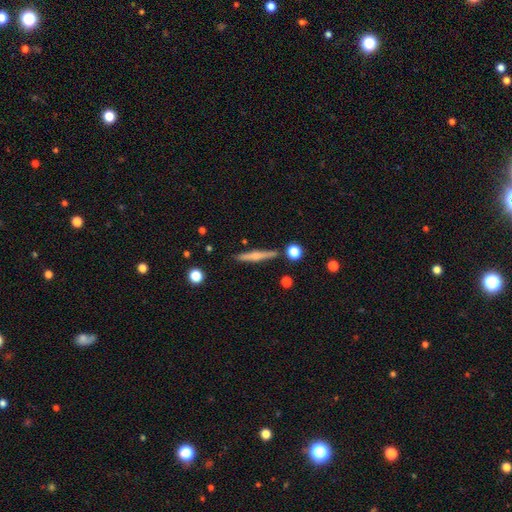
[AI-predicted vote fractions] Smooth or featured? Predicted: featured or disk (p=0.53). Edge-on disk? Predicted: yes (p=0.97). Edge-on bulge? Predicted: rounded (p=0.75). Merging? Predicted: none (p=0.87).